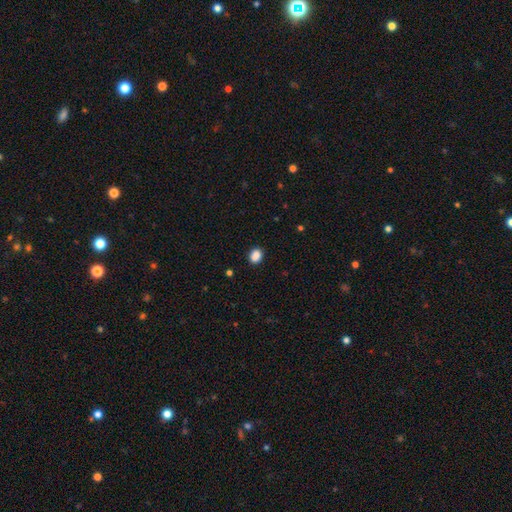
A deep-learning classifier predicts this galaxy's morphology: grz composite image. It shows a smooth galaxy with no disk features (87%) that is in between round and cigar-shaped (51%). Merging: none (84%).